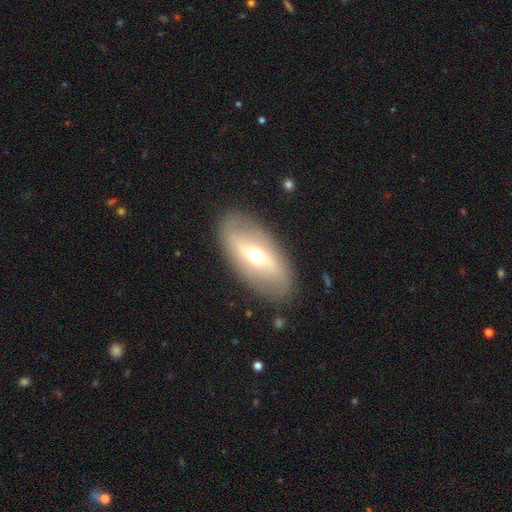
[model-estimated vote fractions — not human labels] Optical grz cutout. It shows a featured or disk galaxy (57%). Merging: none (84%).